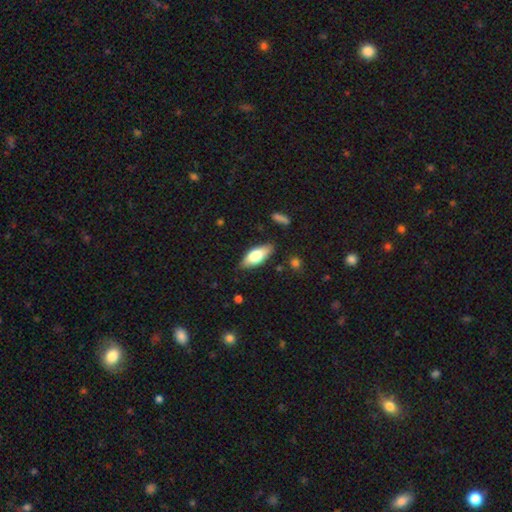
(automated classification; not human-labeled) A smooth galaxy with no disk features (70%) that is in between round and cigar-shaped (78%). Merging: none (83%).